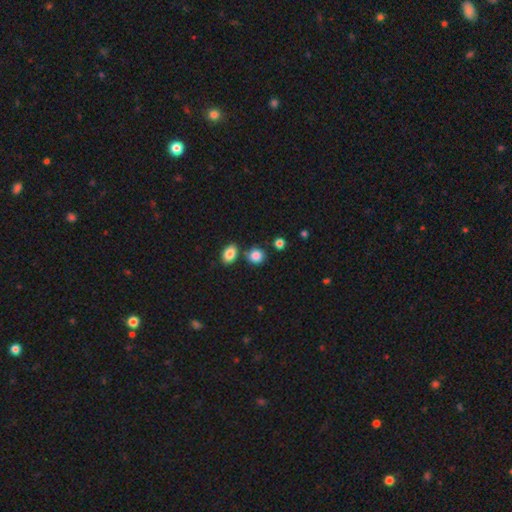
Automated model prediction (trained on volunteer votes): Overall: smooth (86%). How rounded: round (79%). Merging: none (74%).